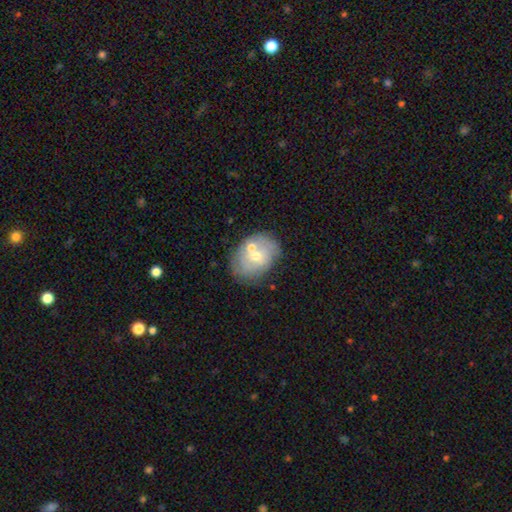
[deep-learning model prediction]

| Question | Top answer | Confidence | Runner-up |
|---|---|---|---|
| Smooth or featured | smooth | 51% | featured or disk (41%) |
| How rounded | in between | 63% | round (36%) |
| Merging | none | 55% | merger (20%) |